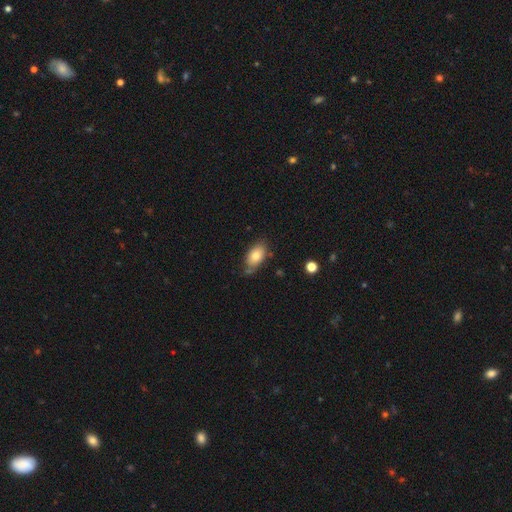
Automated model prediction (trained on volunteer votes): Overall: smooth (77%). How rounded: in between (92%). Merging: none (67%).